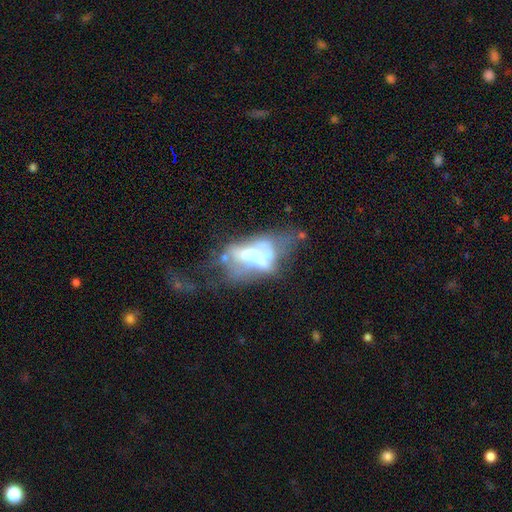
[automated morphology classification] Smooth or featured? featured or disk (62%)
Edge-on disk? no (90%)
Bar? no (64%)
Spiral arms? no (89%)
Bulge size? moderate (39%)
Merging? merger (41%)